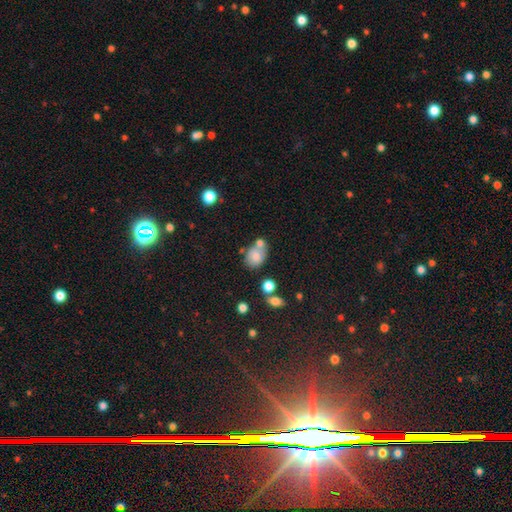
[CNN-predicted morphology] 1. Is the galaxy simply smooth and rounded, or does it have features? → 76% smooth, 14% featured or disk, 10% star or artifact.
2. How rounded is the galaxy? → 64% in between, 35% round, 1% cigar-shaped.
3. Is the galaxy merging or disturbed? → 47% none, 28% merger, 19% minor disturbance, 7% major disturbance.